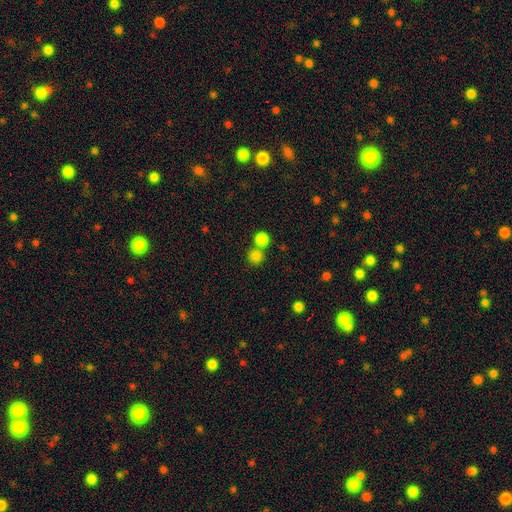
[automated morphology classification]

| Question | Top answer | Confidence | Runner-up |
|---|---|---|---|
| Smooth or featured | smooth | 82% | star or artifact (13%) |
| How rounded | round | 91% | in between (8%) |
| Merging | none | 60% | merger (31%) |